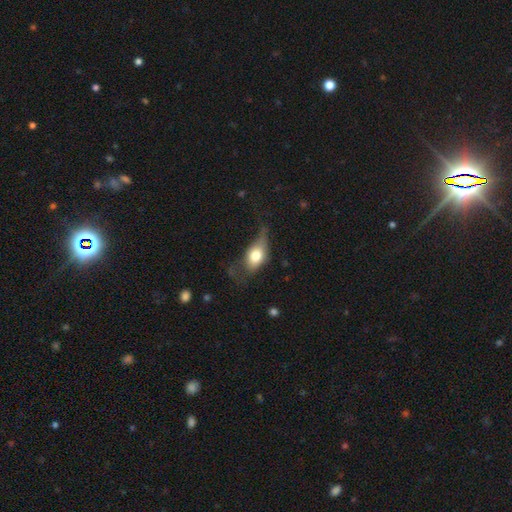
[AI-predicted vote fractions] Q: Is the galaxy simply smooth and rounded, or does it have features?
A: smooth — 68%.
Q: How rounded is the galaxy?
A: in between — 82%.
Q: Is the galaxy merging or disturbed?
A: none — 34%.